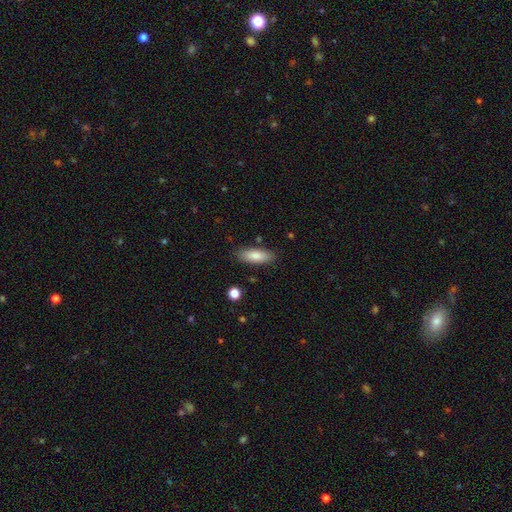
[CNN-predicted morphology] smooth-or-featured: smooth: 83% | featured or disk: 10% | star or artifact: 6%
  how-rounded: in between: 67% | cigar-shaped: 32% | round: 2%
  merging: none: 85% | minor disturbance: 10% | major disturbance: 2% | merger: 2%